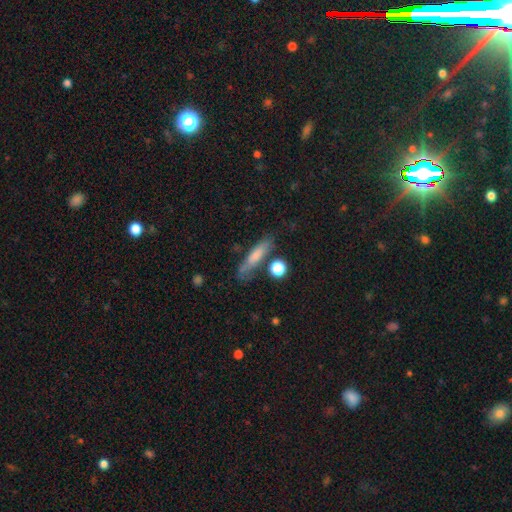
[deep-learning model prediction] Smooth or featured? Predicted: smooth (p=0.68). How rounded? Predicted: cigar-shaped (p=0.76). Merging? Predicted: none (p=0.67).